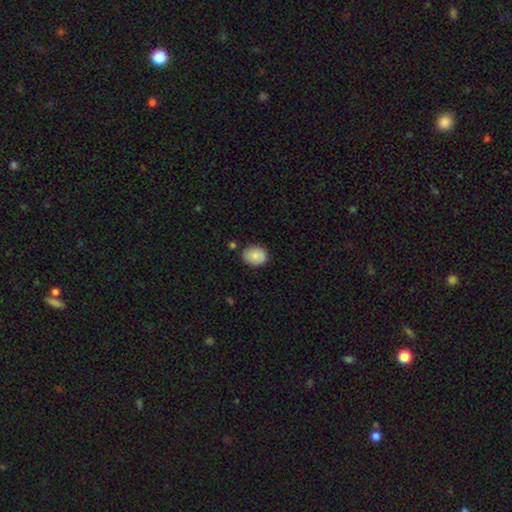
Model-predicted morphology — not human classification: Q: Smooth or featured?
A: smooth (84%); runner-up: featured or disk (8%)
Q: How rounded?
A: round (53%); runner-up: in between (46%)
Q: Merging?
A: none (81%); runner-up: minor disturbance (14%)